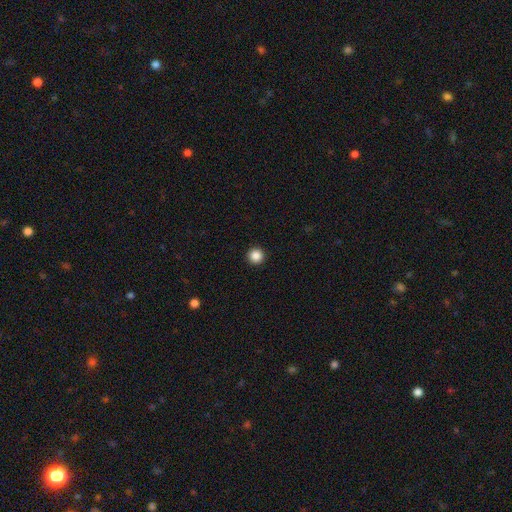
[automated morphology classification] A smooth galaxy with no disk features (87%) that is round (97%).

Vote fractions:
- Smooth or featured? smooth: 87% / star or artifact: 10% / featured or disk: 3%
- How rounded? round: 97% / in between: 2% / cigar-shaped: 1%
- Merging? none: 94% / minor disturbance: 4% / major disturbance: 1% / merger: 1%